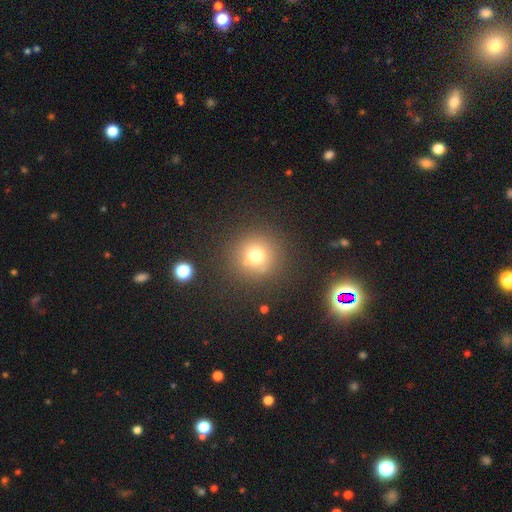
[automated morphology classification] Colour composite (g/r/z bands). It shows a smooth galaxy with no disk features (72%) that is round (94%). Merging: none (85%).